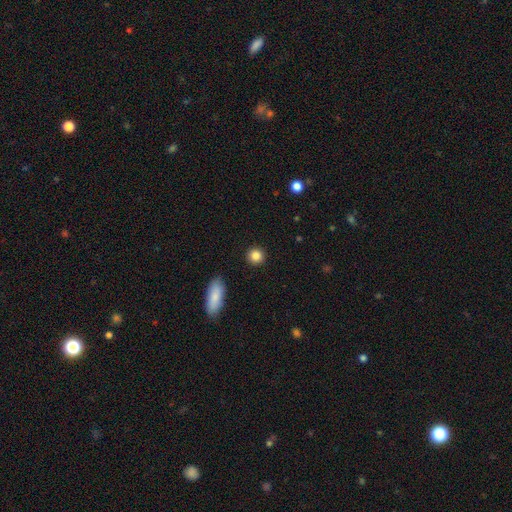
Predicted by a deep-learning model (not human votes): smooth 86%, star or artifact 9%, featured or disk 5%. Down the decision tree: how rounded — round (90%); merging — none (91%).